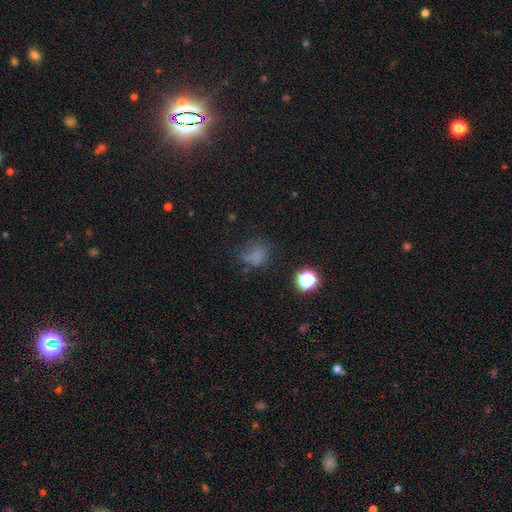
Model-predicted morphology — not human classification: A smooth galaxy with no disk features (61%) that is round (57%).

Vote fractions:
- Smooth or featured? smooth: 61% / star or artifact: 24% / featured or disk: 14%
- How rounded? round: 57% / in between: 41% / cigar-shaped: 1%
- Merging? none: 50% / minor disturbance: 24% / major disturbance: 21% / merger: 5%